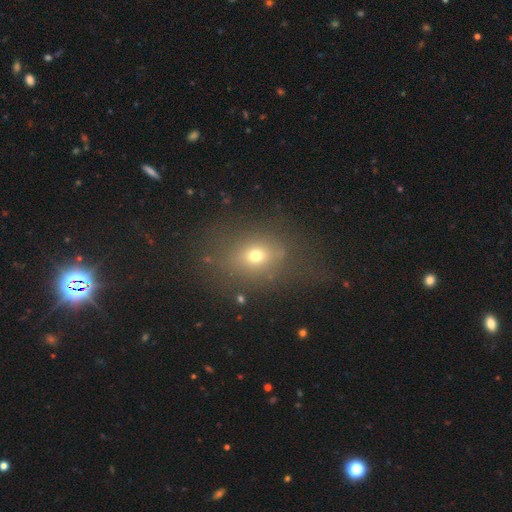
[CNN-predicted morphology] Overall: smooth (65%). How rounded: in between (49%, tied with round). Merging: none (71%).